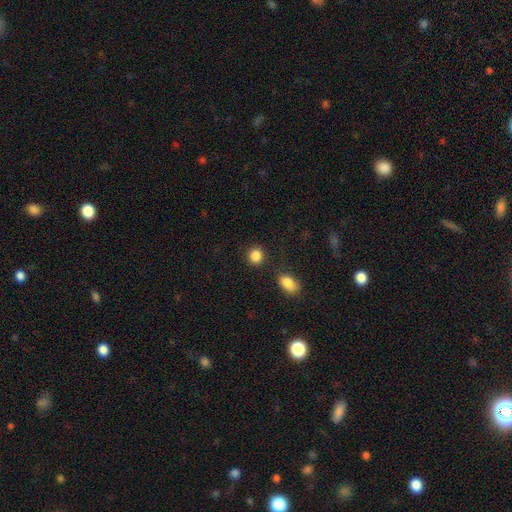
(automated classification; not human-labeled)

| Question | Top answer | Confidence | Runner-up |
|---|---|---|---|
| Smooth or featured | smooth | 87% | star or artifact (9%) |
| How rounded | round | 80% | in between (18%) |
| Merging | none | 85% | minor disturbance (8%) |